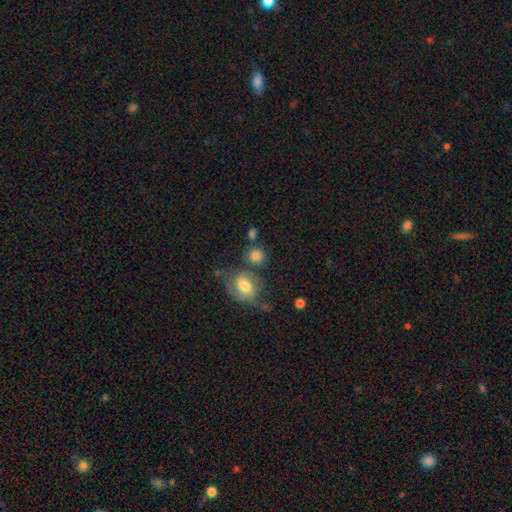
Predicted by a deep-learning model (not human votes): This is clearly a smooth galaxy (80%). How rounded: likely round (80%). Merging: likely none (62%).